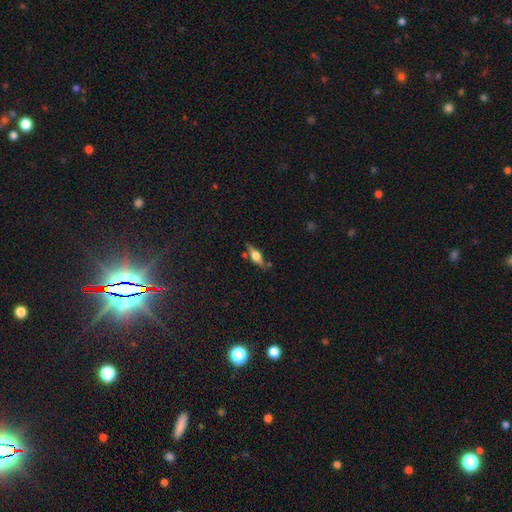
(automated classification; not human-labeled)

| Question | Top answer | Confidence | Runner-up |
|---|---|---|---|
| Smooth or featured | featured or disk | 53% | smooth (39%) |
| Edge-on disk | yes | 90% | no (10%) |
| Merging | none | 72% | minor disturbance (17%) |